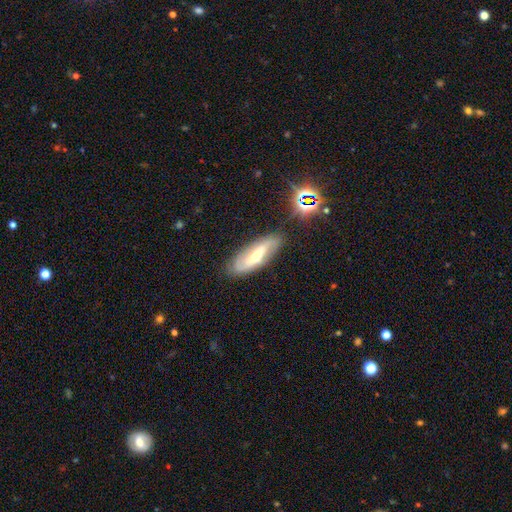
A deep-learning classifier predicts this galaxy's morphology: Smooth or featured?
  - featured or disk: 60% *
  - smooth: 31%
  - star or artifact: 8%
Edge-on disk?
  - no: 79% *
  - yes: 21%
Merging?
  - none: 78% *
  - minor disturbance: 15%
  - major disturbance: 4%
  - merger: 2%